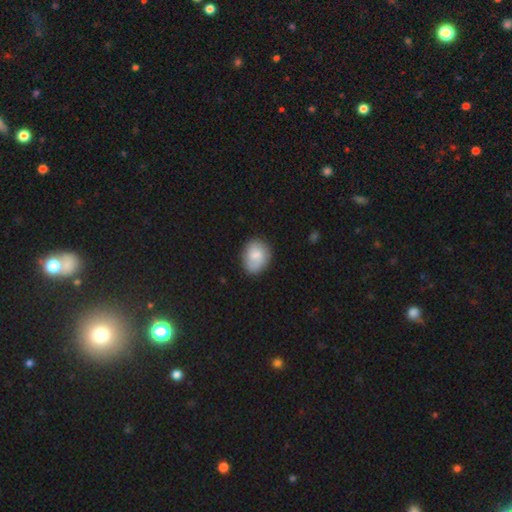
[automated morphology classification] smooth_or_featured: smooth (p=0.66) [alt: featured or disk p=0.27]
how_rounded: in between (p=0.50) [alt: round p=0.49]
merging: none (p=0.73) [alt: minor disturbance p=0.19]